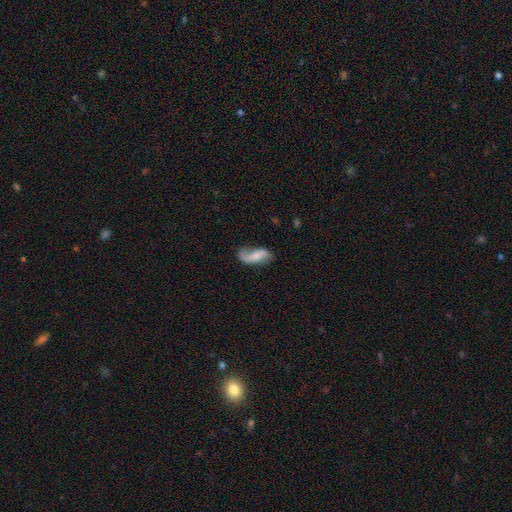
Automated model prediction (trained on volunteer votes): A featured or disk galaxy (50%).

Vote fractions:
- Smooth or featured? featured or disk: 50% / smooth: 43% / star or artifact: 7%
- Edge-on disk? no: 92% / yes: 8%
- Merging? none: 56% / minor disturbance: 27% / major disturbance: 14% / merger: 4%